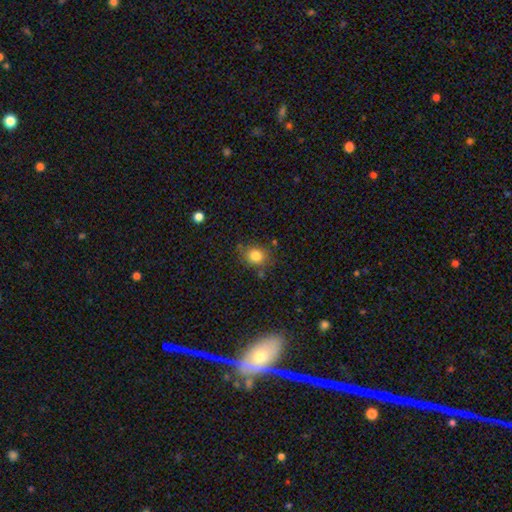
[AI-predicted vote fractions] Q: Smooth or featured?
A: smooth (82%); runner-up: star or artifact (11%)
Q: How rounded?
A: round (75%); runner-up: in between (24%)
Q: Merging?
A: none (76%); runner-up: minor disturbance (15%)